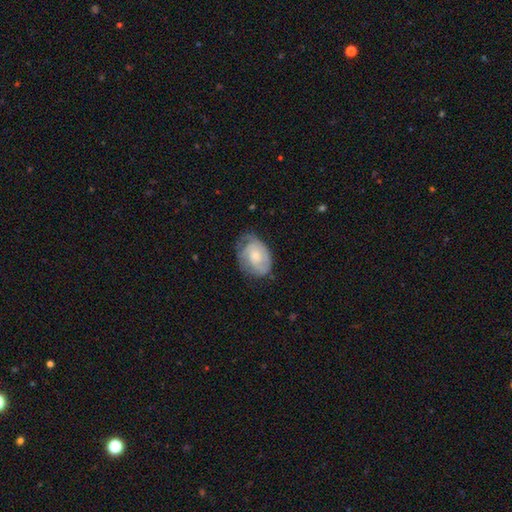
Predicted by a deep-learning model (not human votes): Overall: featured or disk (64%; smooth 30%). Edge-on disk: no (97%). Bar: no (74%). Spiral arms: yes (87%). Spiral arm count: can't tell (36%; 2 33%). Spiral winding: tight (57%; medium 32%). Bulge size: small (46%; moderate 43%). Merging: none (59%; minor disturbance 28%).